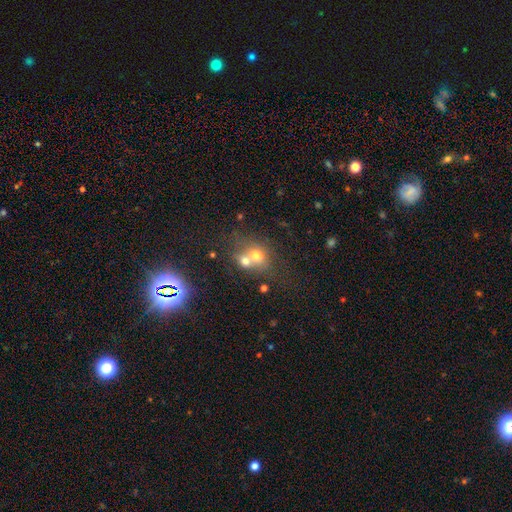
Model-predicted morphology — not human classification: A smooth galaxy with no disk features (65%) that is round (67%).

Vote fractions:
- Smooth or featured? smooth: 65% / featured or disk: 21% / star or artifact: 13%
- How rounded? round: 67% / in between: 32% / cigar-shaped: 1%
- Merging? merger: 61% / none: 28% / minor disturbance: 7% / major disturbance: 4%